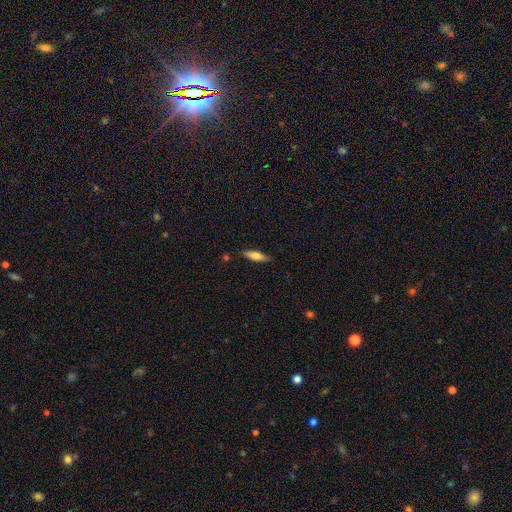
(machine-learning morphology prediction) smooth_or_featured: smooth (p=0.60) [alt: featured or disk p=0.33]
how_rounded: cigar-shaped (p=0.68) [alt: in between p=0.30]
merging: none (p=0.86) [alt: minor disturbance p=0.10]